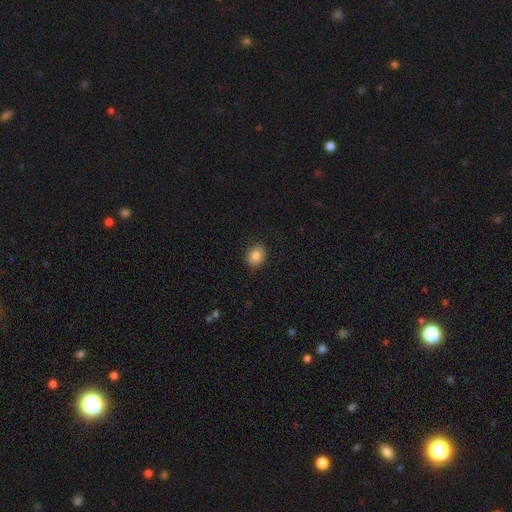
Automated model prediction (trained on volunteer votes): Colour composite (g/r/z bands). It shows a smooth galaxy with no disk features (85%) that is round (65%). Merging: none (88%).